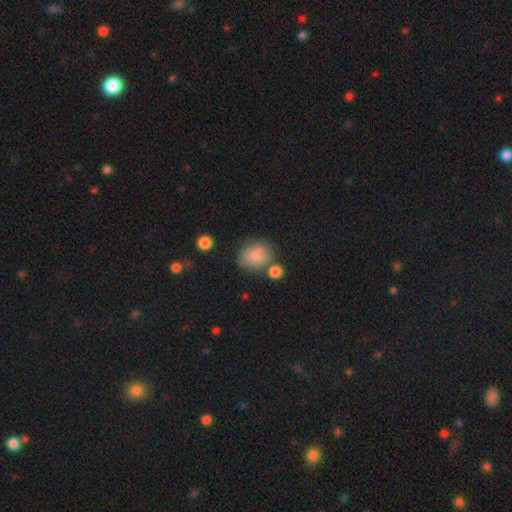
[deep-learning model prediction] Smooth or featured? smooth (83%)
How rounded? round (58%)
Merging? none (63%)